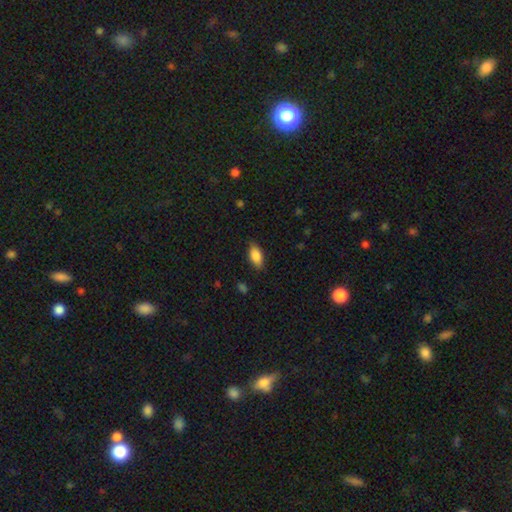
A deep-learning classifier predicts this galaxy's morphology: Smooth or featured? Predicted: smooth (p=0.86). How rounded? Predicted: in between (p=0.90). Merging? Predicted: none (p=0.83).